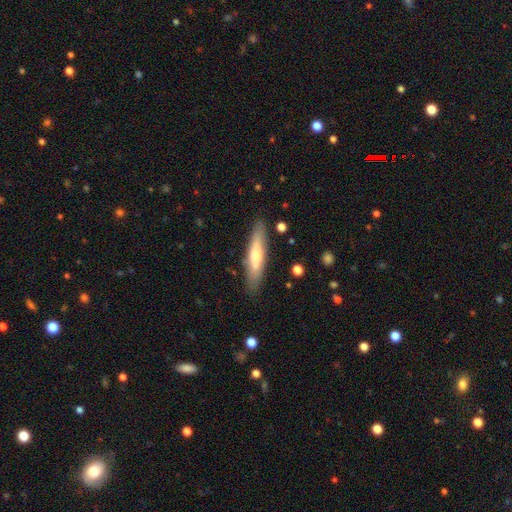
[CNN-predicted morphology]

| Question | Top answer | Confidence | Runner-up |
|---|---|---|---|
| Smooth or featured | smooth | 57% | featured or disk (37%) |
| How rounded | cigar-shaped | 80% | in between (18%) |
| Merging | none | 85% | minor disturbance (11%) |